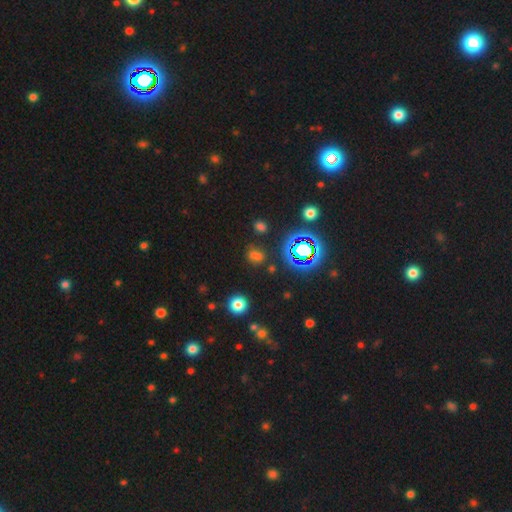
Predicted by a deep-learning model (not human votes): Smooth or featured?
  - smooth: 52% *
  - star or artifact: 38%
  - featured or disk: 10%
How rounded?
  - round: 57% *
  - in between: 41%
  - cigar-shaped: 3%
Merging?
  - none: 71% *
  - minor disturbance: 14%
  - merger: 9%
  - major disturbance: 7%